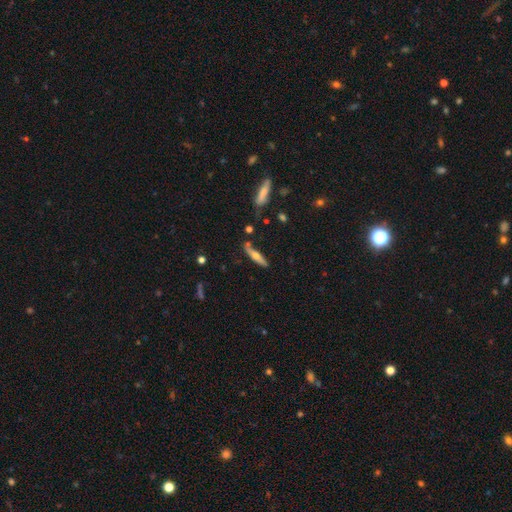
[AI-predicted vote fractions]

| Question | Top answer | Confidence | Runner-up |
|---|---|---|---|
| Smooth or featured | smooth | 47% | featured or disk (46%) |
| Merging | none | 75% | minor disturbance (16%) |